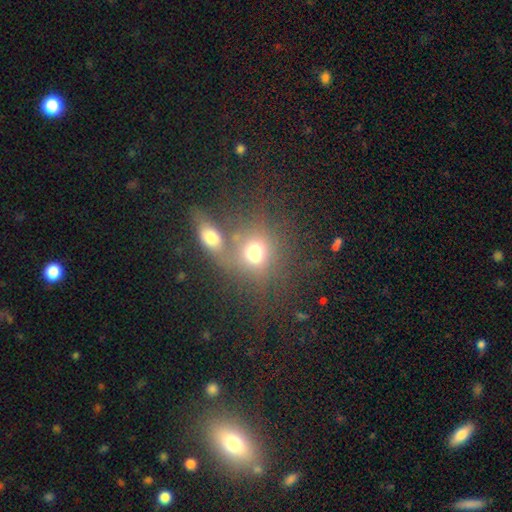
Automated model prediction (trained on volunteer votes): Smooth or featured: smooth — 68% (featured or disk — 17%)
How rounded: round — 64% (in between — 35%)
Merging: merger — 51% (none — 32%)